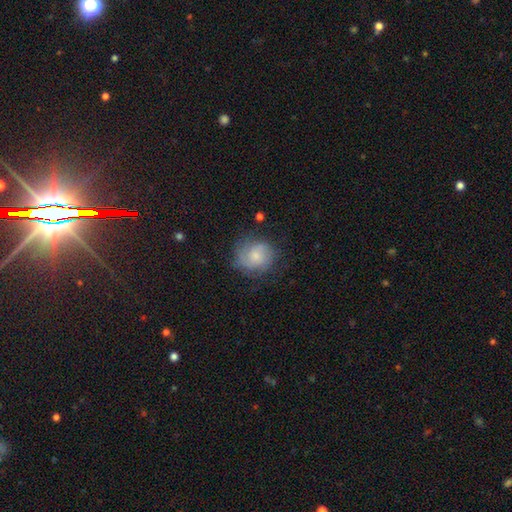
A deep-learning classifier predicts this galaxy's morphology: The model was most divided on "smooth or featured": smooth: 56%, featured or disk: 36%, star or artifact: 9%. More confident: how rounded — round (80%); merging — none (65%).